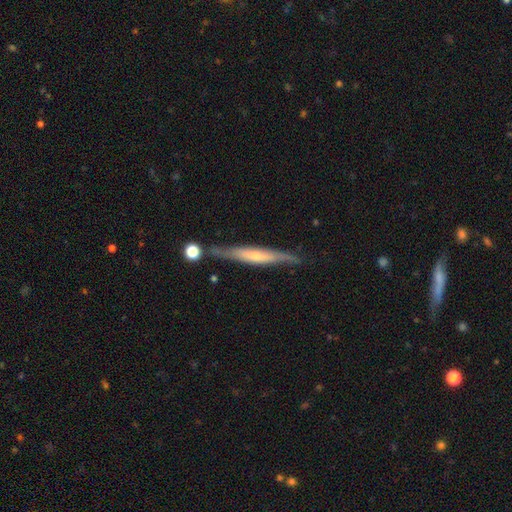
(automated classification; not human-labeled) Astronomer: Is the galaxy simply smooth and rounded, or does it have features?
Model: featured or disk — 58% (runner-up: smooth, 36%).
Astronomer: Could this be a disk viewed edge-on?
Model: yes — 88%.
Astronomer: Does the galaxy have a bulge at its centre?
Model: rounded — 49% (runner-up: none, 39%).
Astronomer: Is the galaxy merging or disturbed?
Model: none — 72%.